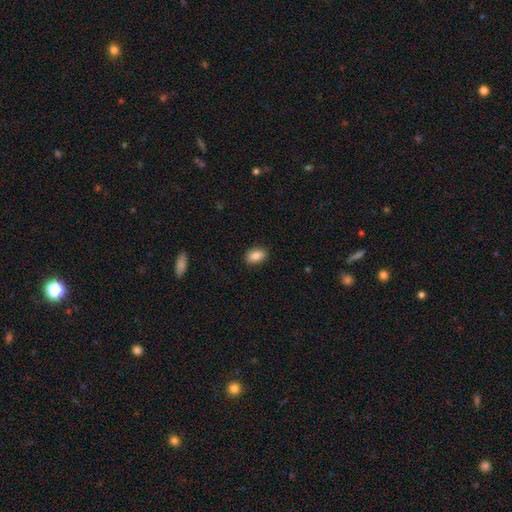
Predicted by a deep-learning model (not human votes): smooth 87%, star or artifact 8%, featured or disk 5%. Down the decision tree: how rounded — in between (88%); merging — none (88%).